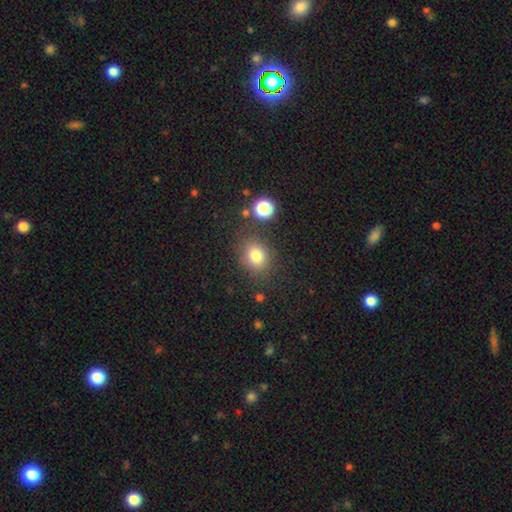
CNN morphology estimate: A smooth galaxy with no disk features (80%) that is round (63%).

Vote fractions:
- Smooth or featured? smooth: 80% / star or artifact: 13% / featured or disk: 7%
- How rounded? round: 63% / in between: 36% / cigar-shaped: 1%
- Merging? none: 78% / minor disturbance: 12% / merger: 5% / major disturbance: 5%